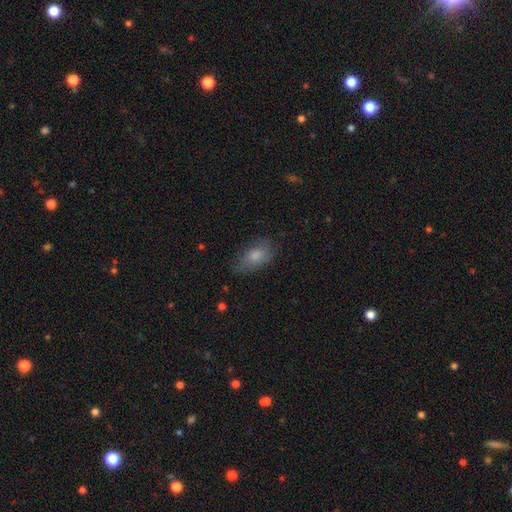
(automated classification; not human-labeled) Q: Smooth or featured?
A: smooth (77%); runner-up: featured or disk (15%)
Q: How rounded?
A: in between (90%); runner-up: round (6%)
Q: Merging?
A: none (64%); runner-up: minor disturbance (25%)